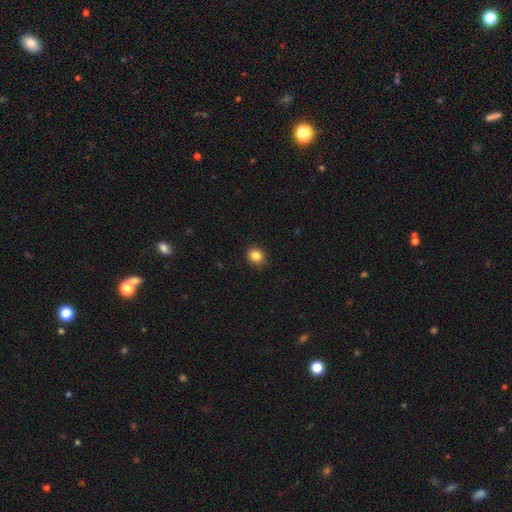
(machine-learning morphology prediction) The model was most divided on "how rounded": round: 84%, in between: 15%, cigar-shaped: 1%. More confident: merging — none (90%); smooth or featured — smooth (84%).